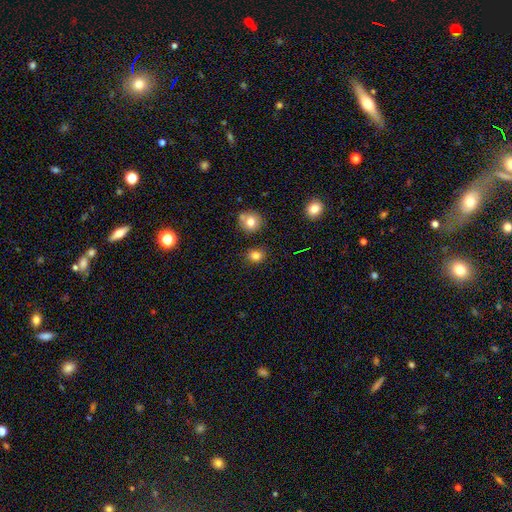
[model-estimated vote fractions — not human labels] A smooth galaxy with no disk features (81%) that is round (71%). Merging: none (84%).